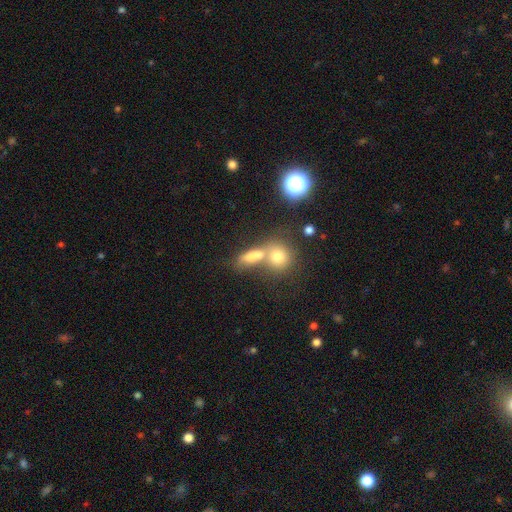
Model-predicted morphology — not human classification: A smooth galaxy with no disk features (65%) that is in between round and cigar-shaped (42%).

Vote fractions:
- Smooth or featured? smooth: 65% / star or artifact: 19% / featured or disk: 16%
- How rounded? in between: 42% / round: 40% / cigar-shaped: 17%
- Merging? merger: 46% / none: 40% / minor disturbance: 9% / major disturbance: 5%